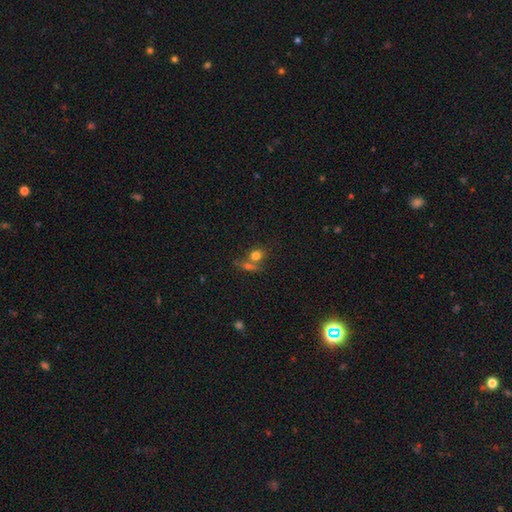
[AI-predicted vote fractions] A smooth galaxy with no disk features (74%) that is round (71%).

Vote fractions:
- Smooth or featured? smooth: 74% / star or artifact: 14% / featured or disk: 12%
- How rounded? round: 71% / in between: 25% / cigar-shaped: 4%
- Merging? none: 49% / merger: 35% / minor disturbance: 10% / major disturbance: 6%